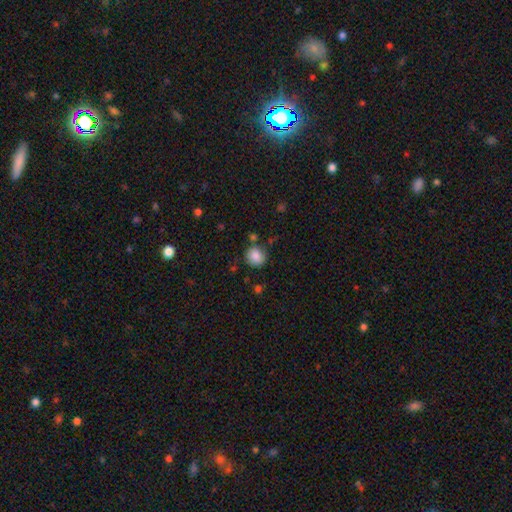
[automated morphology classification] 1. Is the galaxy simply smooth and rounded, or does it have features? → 85% smooth, 9% star or artifact, 6% featured or disk.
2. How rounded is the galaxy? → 83% round, 16% in between, 1% cigar-shaped.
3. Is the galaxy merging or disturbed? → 77% none, 14% minor disturbance, 5% merger, 4% major disturbance.